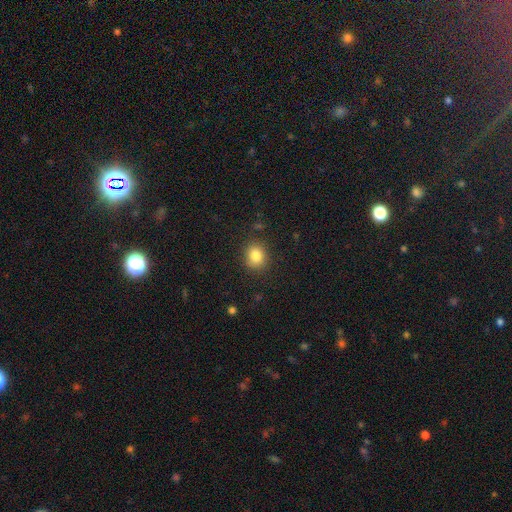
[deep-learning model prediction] Morphology: type=smooth (83%); roundness=round (73%); merging=none (86%).